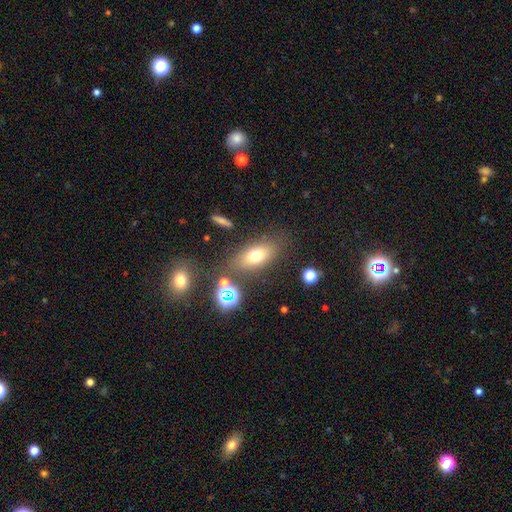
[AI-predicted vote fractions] This is likely a smooth galaxy (68%). How rounded: likely in between (75%). Merging: likely none (74%).